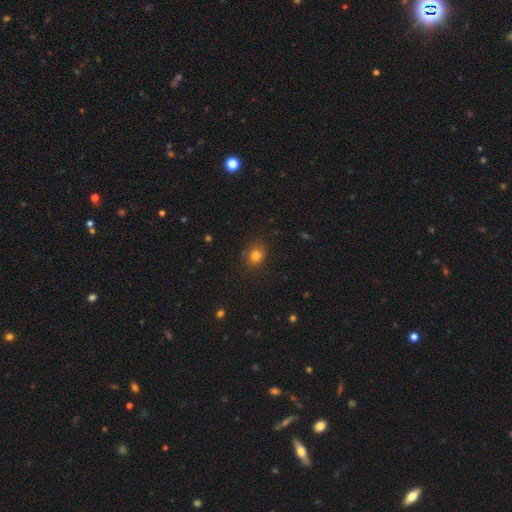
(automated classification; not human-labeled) smooth_or_featured: smooth (p=0.80) [alt: star or artifact p=0.14]
how_rounded: round (p=0.62) [alt: in between p=0.37]
merging: none (p=0.82) [alt: minor disturbance p=0.13]